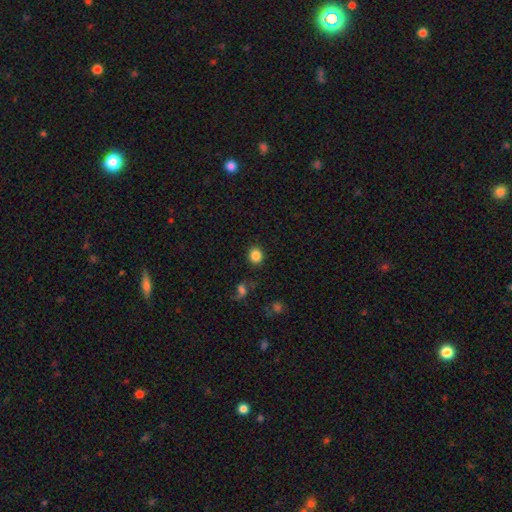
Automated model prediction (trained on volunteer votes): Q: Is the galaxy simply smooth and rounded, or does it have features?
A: smooth — 85%.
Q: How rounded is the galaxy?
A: round — 80%.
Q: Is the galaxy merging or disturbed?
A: none — 88%.